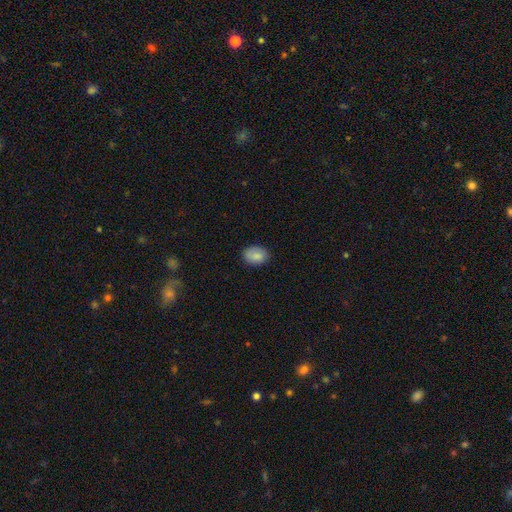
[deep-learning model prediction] Smooth or featured? Predicted: smooth (p=0.85). How rounded? Predicted: in between (p=0.77). Merging? Predicted: none (p=0.83).